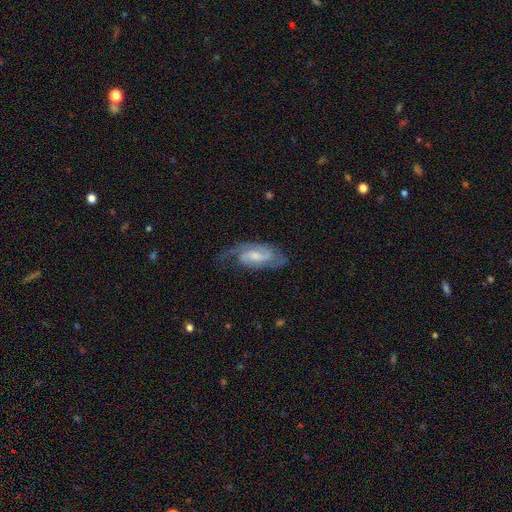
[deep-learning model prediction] featured or disk 80%, smooth 14%, star or artifact 5%. Down the decision tree: edge-on disk — no (94%); bar — weak (52%); spiral arms — yes (95%); spiral arm count — 2 (78%); spiral winding — medium (49%); bulge size — moderate (42%); merging — none (63%).